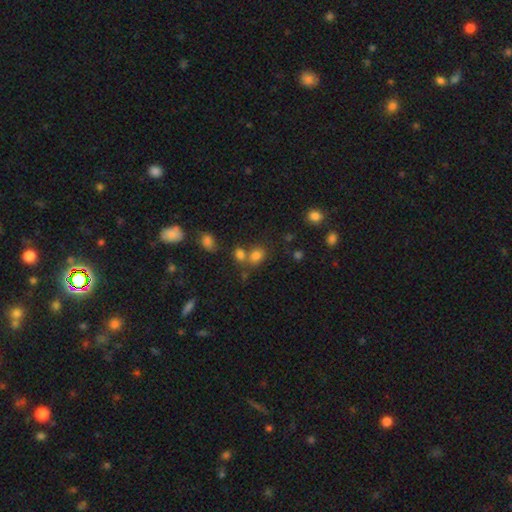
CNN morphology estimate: Overall: smooth (77%). How rounded: in between (59%; round 39%). Merging: none (50%; merger 34%).